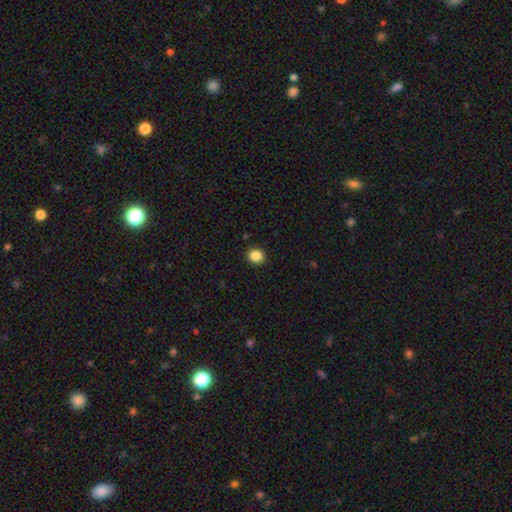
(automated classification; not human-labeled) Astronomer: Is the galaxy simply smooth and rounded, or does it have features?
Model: smooth — 86%.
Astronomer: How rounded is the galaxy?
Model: round — 76%.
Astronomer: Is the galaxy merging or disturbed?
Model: none — 91%.